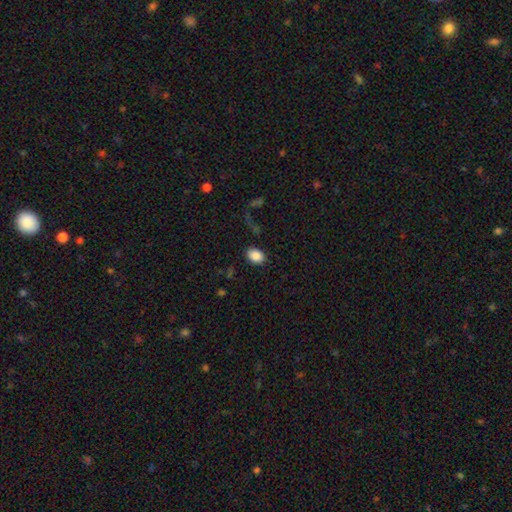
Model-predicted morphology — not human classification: Q: Smooth or featured?
A: smooth (87%); runner-up: star or artifact (8%)
Q: How rounded?
A: in between (80%); runner-up: round (19%)
Q: Merging?
A: none (85%); runner-up: minor disturbance (9%)